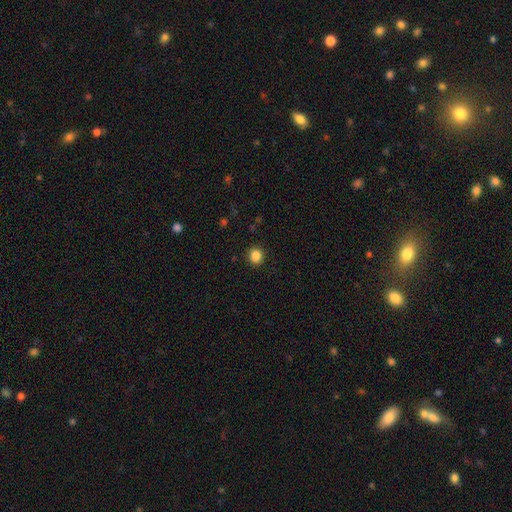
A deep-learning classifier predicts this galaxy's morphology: The model was most divided on "smooth or featured": smooth: 85%, star or artifact: 11%, featured or disk: 4%. More confident: merging — none (92%); how rounded — round (87%).